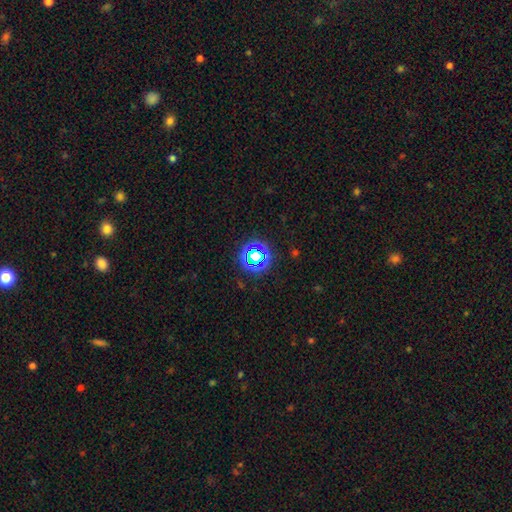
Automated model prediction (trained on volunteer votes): star or artifact 63%, smooth 27%, featured or disk 11%.